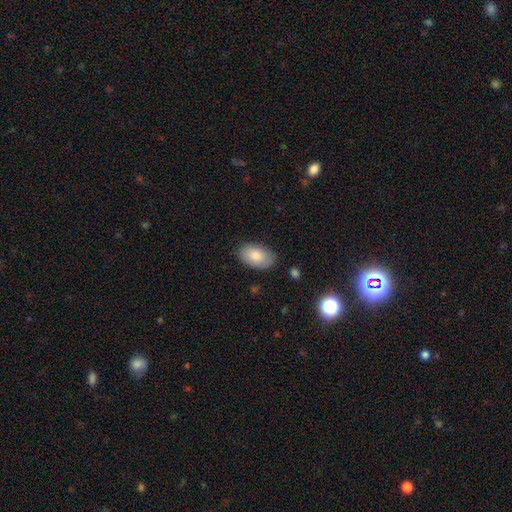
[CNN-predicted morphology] smooth_or_featured: smooth (p=0.83) [alt: featured or disk p=0.11]
how_rounded: in between (p=0.94) [alt: round p=0.05]
merging: none (p=0.81) [alt: minor disturbance p=0.15]